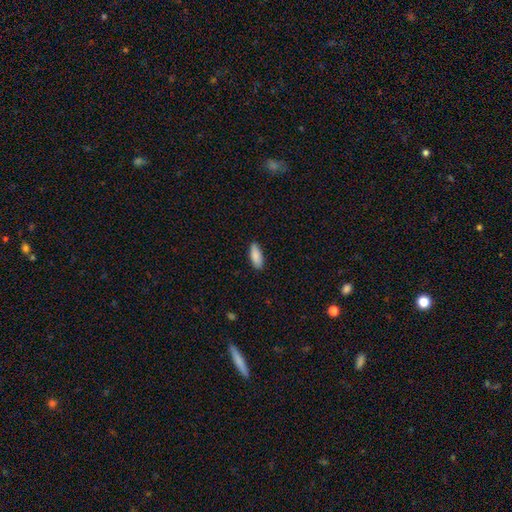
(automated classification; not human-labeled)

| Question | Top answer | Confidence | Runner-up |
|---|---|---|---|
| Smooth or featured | smooth | 88% | star or artifact (6%) |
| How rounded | in between | 72% | cigar-shaped (27%) |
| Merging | none | 87% | minor disturbance (10%) |